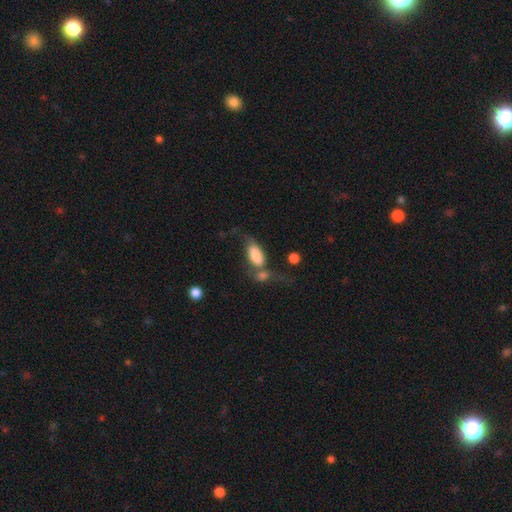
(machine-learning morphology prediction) smooth_or_featured: smooth (p=0.72) [alt: featured or disk p=0.21]
how_rounded: in between (p=0.89) [alt: cigar-shaped p=0.07]
merging: merger (p=0.46) [alt: major disturbance p=0.21]